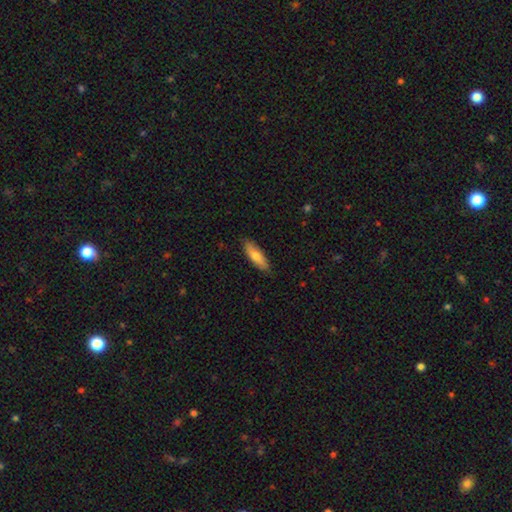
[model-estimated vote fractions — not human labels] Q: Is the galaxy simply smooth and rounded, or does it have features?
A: smooth — 73%.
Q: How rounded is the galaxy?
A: in between — 51%.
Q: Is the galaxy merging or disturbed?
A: none — 86%.